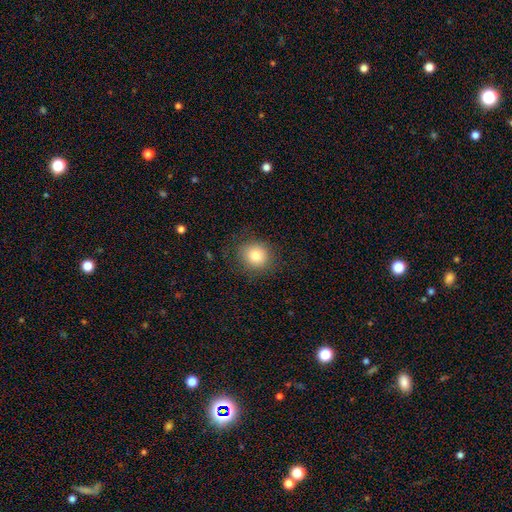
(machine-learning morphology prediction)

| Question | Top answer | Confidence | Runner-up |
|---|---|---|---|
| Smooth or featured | smooth | 80% | star or artifact (11%) |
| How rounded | round | 85% | in between (14%) |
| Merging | none | 85% | minor disturbance (10%) |